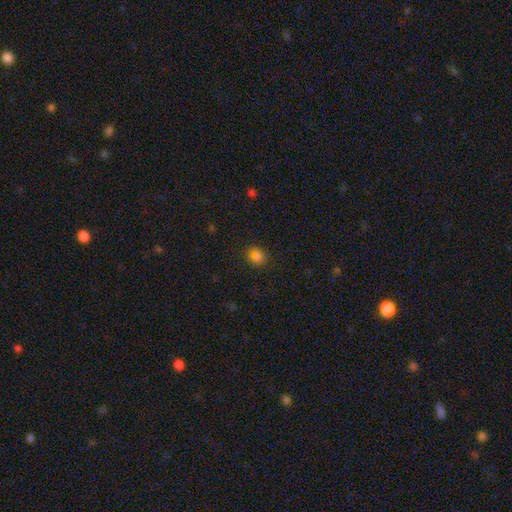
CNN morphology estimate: A smooth galaxy with no disk features (74%) that is round (68%). Merging: none (81%).